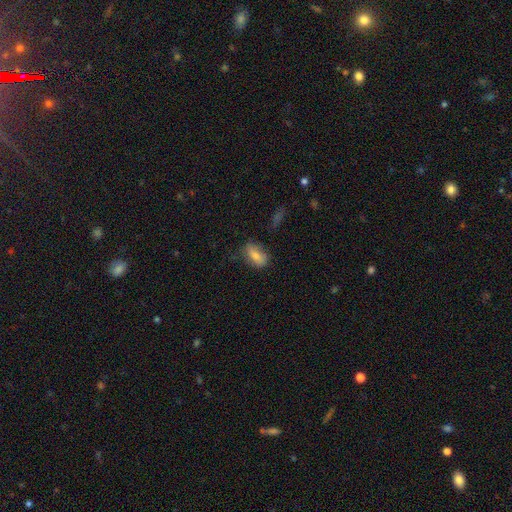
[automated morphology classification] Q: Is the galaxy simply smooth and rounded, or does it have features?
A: smooth — 77%.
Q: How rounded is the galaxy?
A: in between — 87%.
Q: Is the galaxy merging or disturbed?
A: none — 66%.